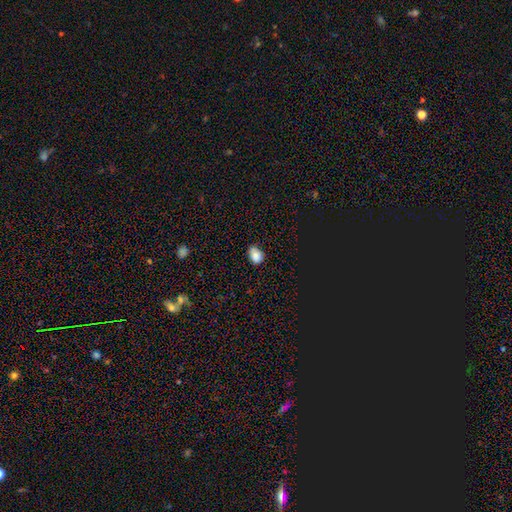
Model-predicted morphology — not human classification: Smooth or featured? smooth (84%)
How rounded? in between (69%)
Merging? none (60%)